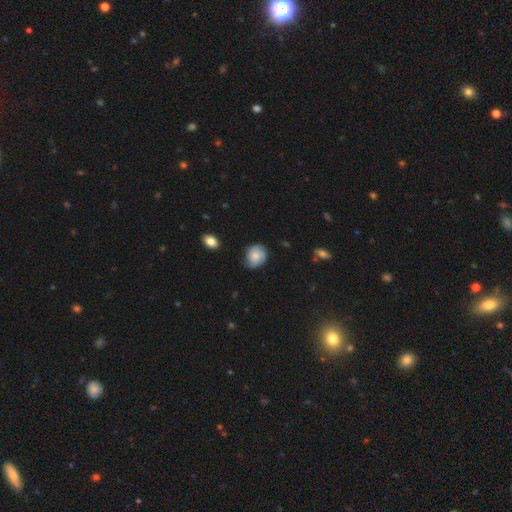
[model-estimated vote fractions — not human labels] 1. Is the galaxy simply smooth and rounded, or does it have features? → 69% smooth, 23% featured or disk, 8% star or artifact.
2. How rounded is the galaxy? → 64% round, 35% in between, 1% cigar-shaped.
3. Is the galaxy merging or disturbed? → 71% none, 23% minor disturbance, 4% major disturbance, 1% merger.